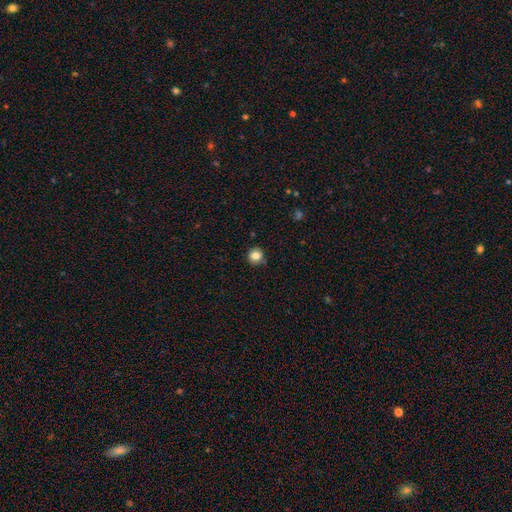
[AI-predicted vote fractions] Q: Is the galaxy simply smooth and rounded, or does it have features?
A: smooth — 82%.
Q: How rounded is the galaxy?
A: round — 91%.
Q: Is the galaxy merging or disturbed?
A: none — 86%.